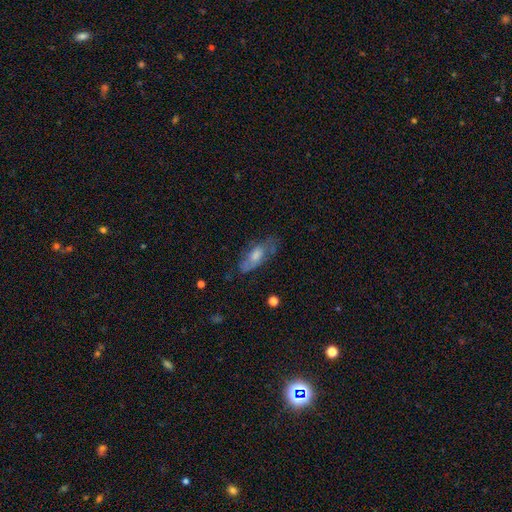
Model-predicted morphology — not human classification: A smooth galaxy with no disk features (47%).

Vote fractions:
- Smooth or featured? smooth: 47% / featured or disk: 45% / star or artifact: 8%
- Merging? none: 59% / minor disturbance: 26% / major disturbance: 13% / merger: 2%